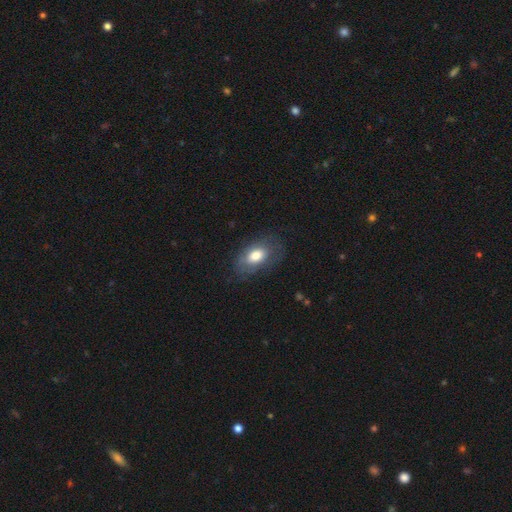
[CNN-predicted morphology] smooth_or_featured: smooth (p=0.70) [alt: featured or disk p=0.23]
how_rounded: in between (p=0.90) [alt: round p=0.08]
merging: none (p=0.71) [alt: minor disturbance p=0.19]